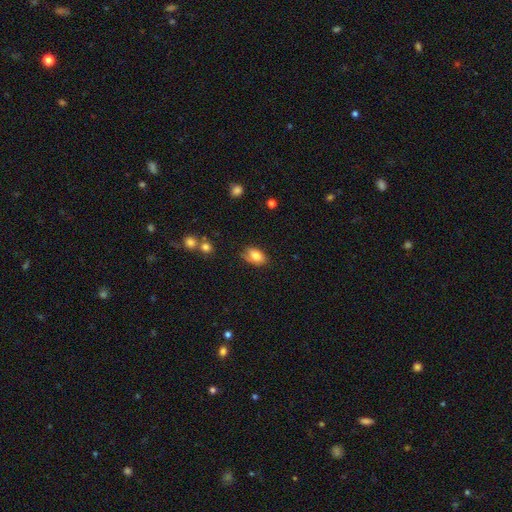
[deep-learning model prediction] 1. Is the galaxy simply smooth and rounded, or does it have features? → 80% smooth, 12% featured or disk, 8% star or artifact.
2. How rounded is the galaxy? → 91% in between, 7% round, 2% cigar-shaped.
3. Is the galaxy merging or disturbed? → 68% none, 24% minor disturbance, 5% major disturbance, 2% merger.